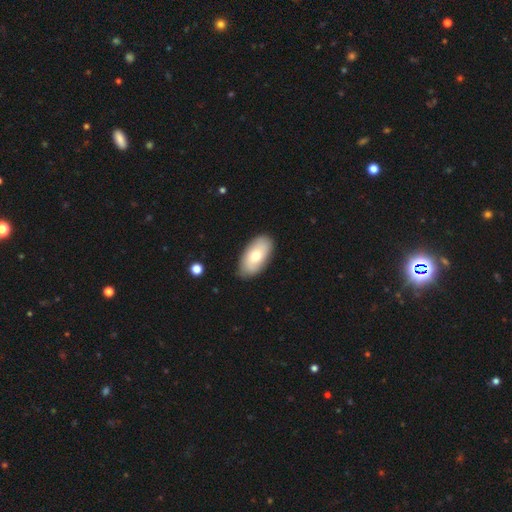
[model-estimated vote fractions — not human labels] This is likely a smooth galaxy (68%). How rounded: clearly in between (94%). Merging: clearly none (86%).